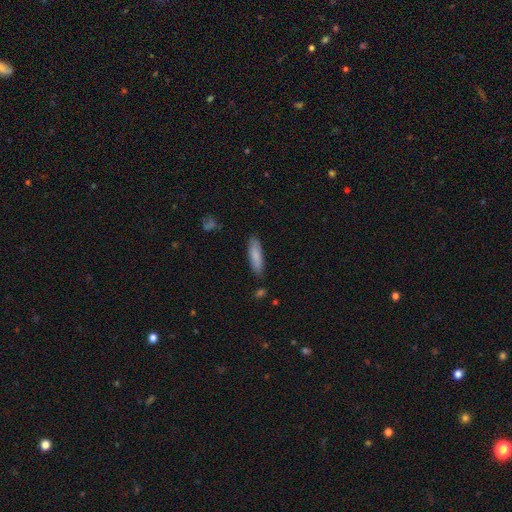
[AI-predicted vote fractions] The model was most divided on "how rounded": cigar-shaped: 58%, in between: 40%, round: 2%. More confident: merging — none (85%); smooth or featured — smooth (83%).